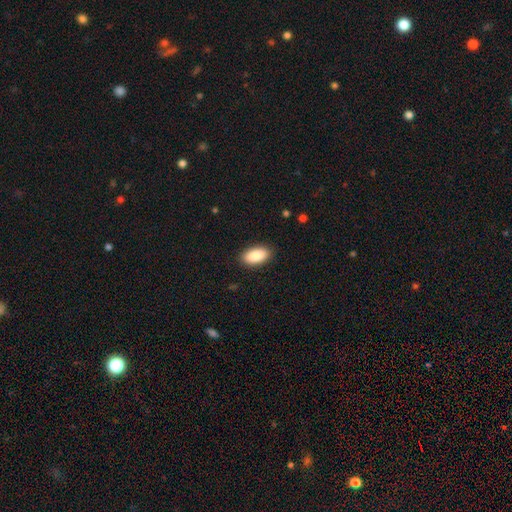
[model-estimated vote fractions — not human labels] Morphology: type=smooth (89%); roundness=in between (94%); merging=none (89%).